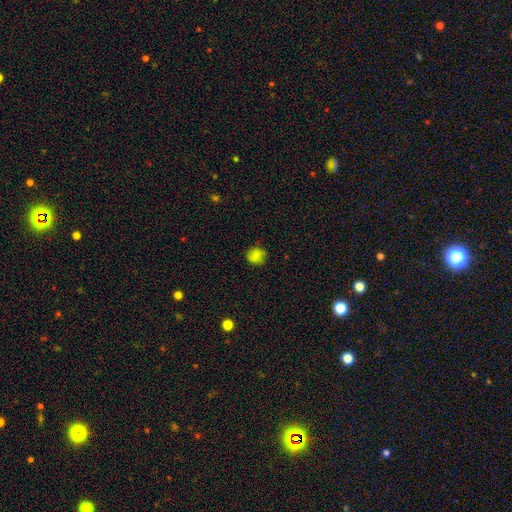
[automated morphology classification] Smooth or featured? smooth (80%)
How rounded? round (80%)
Merging? none (77%)